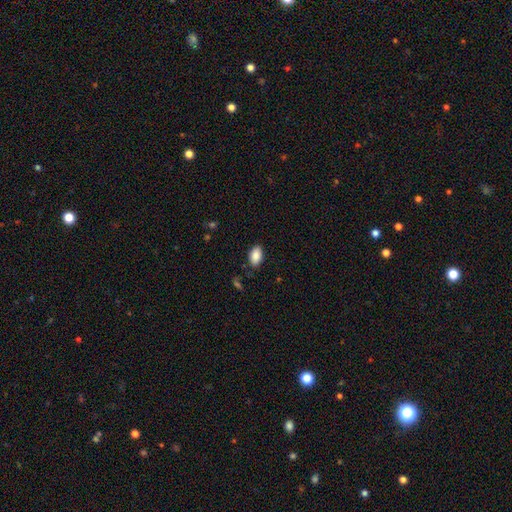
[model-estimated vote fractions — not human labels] Morphology: type=smooth (88%); roundness=in between (93%); merging=none (83%).